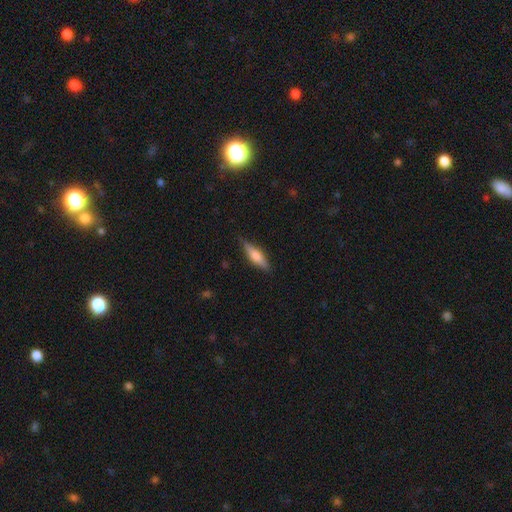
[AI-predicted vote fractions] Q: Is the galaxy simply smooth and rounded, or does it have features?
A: smooth — 49%.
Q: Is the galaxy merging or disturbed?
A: none — 83%.